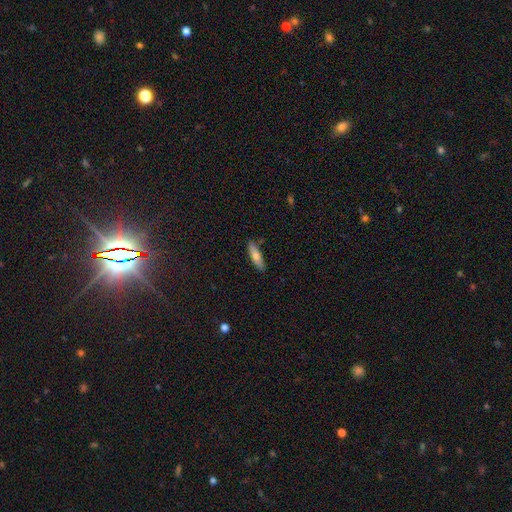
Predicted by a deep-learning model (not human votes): This appears to be a smooth galaxy with no disk features (66%) that is cigar-shaped (67%). Merging: none (86%).